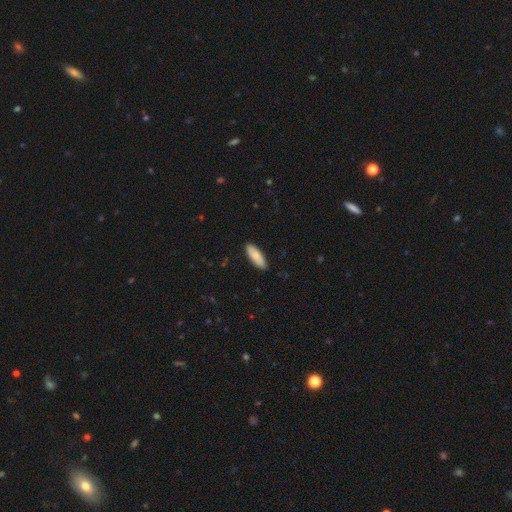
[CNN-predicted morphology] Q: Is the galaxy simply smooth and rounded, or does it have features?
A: smooth — 86%.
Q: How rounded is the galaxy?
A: in between — 60%.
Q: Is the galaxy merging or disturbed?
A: none — 89%.